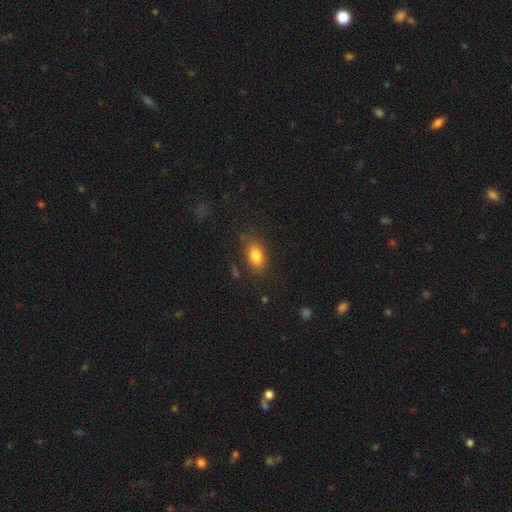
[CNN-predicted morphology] Smooth or featured?
  - smooth: 82% *
  - star or artifact: 9%
  - featured or disk: 9%
How rounded?
  - in between: 85% *
  - round: 10%
  - cigar-shaped: 5%
Merging?
  - none: 80% *
  - minor disturbance: 14%
  - major disturbance: 4%
  - merger: 2%